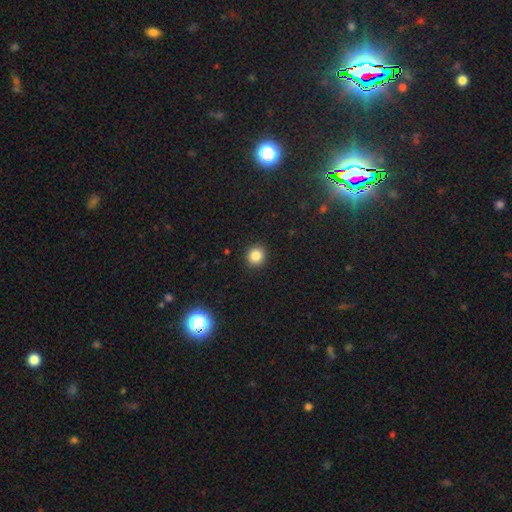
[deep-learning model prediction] smooth 84%, star or artifact 11%, featured or disk 4%. Down the decision tree: how rounded — round (87%); merging — none (92%).